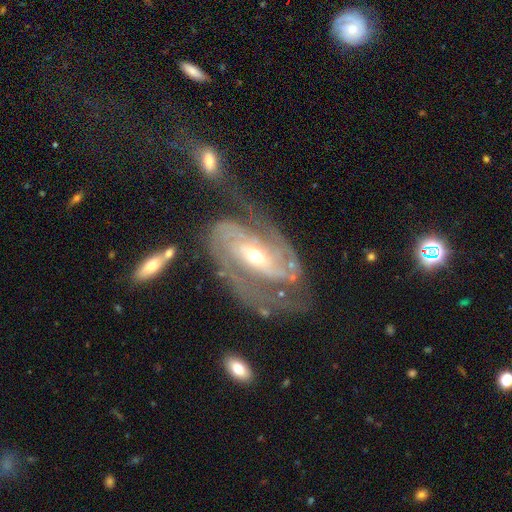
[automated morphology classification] This appears to be a featured or disk galaxy (91%) with a weak bar (39%), 2 (72%) tight (45%) spiral arms (96%) and a moderate central bulge (65%). Merging: none (59%).